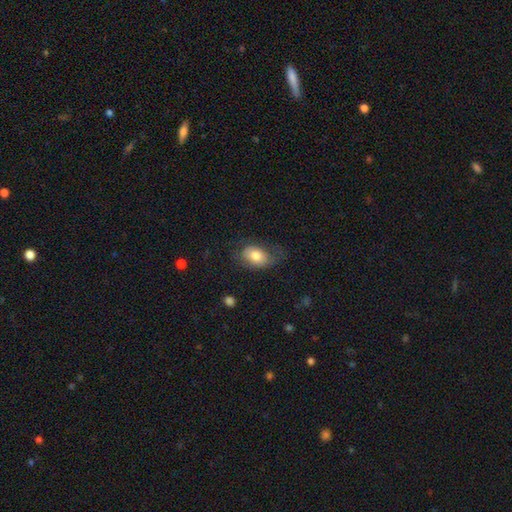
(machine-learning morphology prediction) Overall: smooth (76%). How rounded: in between (86%). Merging: none (55%; minor disturbance 27%).